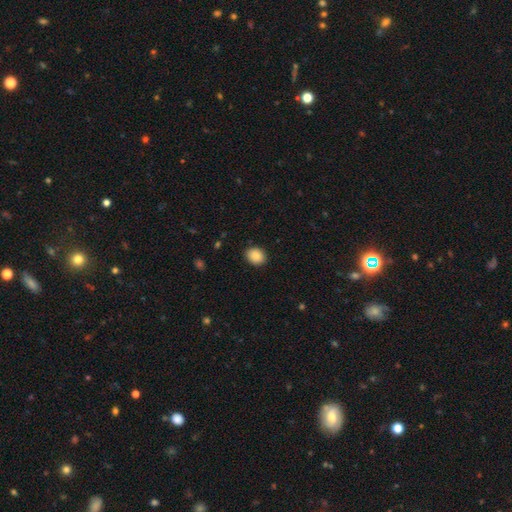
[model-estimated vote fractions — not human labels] Smooth or featured: smooth — 88% (star or artifact — 8%)
How rounded: round — 59% (in between — 40%)
Merging: none — 89% (minor disturbance — 8%)